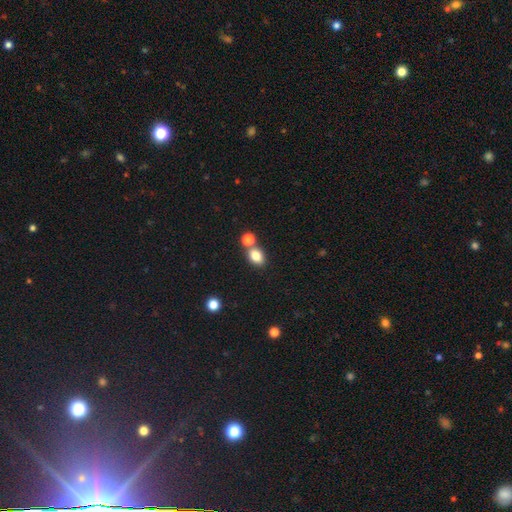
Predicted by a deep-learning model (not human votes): Smooth or featured? Predicted: smooth (p=0.82). How rounded? Predicted: in between (p=0.70). Merging? Predicted: none (p=0.59).